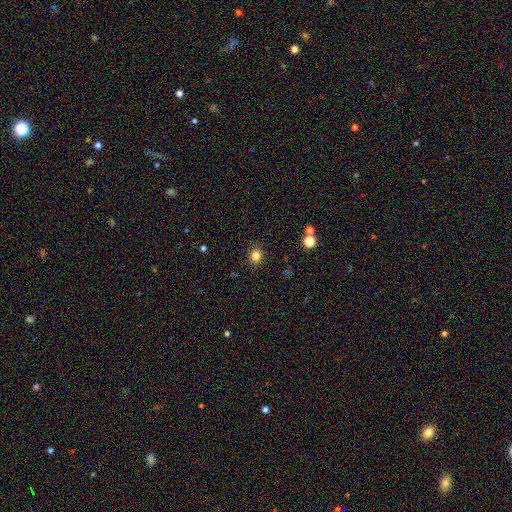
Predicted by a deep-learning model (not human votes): Smooth or featured: smooth — 82% (star or artifact — 13%)
How rounded: round — 67% (in between — 32%)
Merging: none — 88% (minor disturbance — 8%)